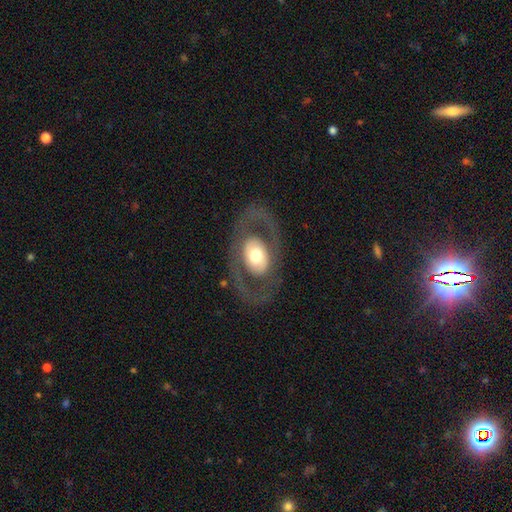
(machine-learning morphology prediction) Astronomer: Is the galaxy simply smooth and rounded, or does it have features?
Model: featured or disk — 63%.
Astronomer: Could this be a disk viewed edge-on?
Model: no — 91%.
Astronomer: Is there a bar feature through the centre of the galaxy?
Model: no — 78%.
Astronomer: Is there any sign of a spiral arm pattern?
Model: no — 73%.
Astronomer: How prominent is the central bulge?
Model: moderate — 54% (runner-up: large, 36%).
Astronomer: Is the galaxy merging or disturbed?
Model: none — 78%.